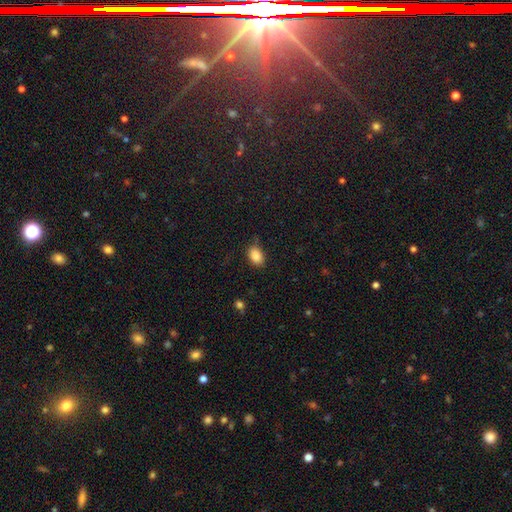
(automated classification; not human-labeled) Smooth or featured? Predicted: smooth (p=0.87). How rounded? Predicted: in between (p=0.80). Merging? Predicted: none (p=0.77).